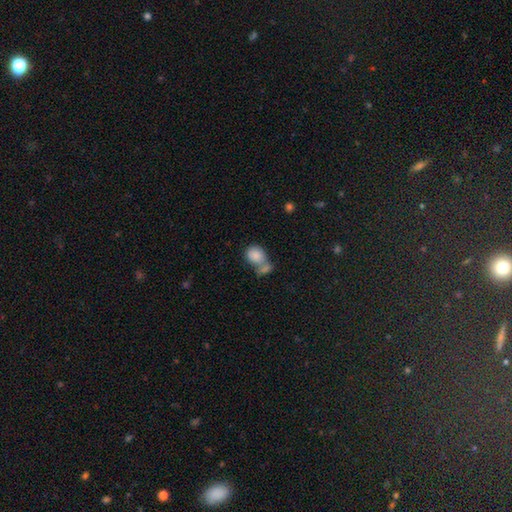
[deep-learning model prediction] A smooth galaxy with no disk features (84%) that is round (53%). Merging: merger (52%).